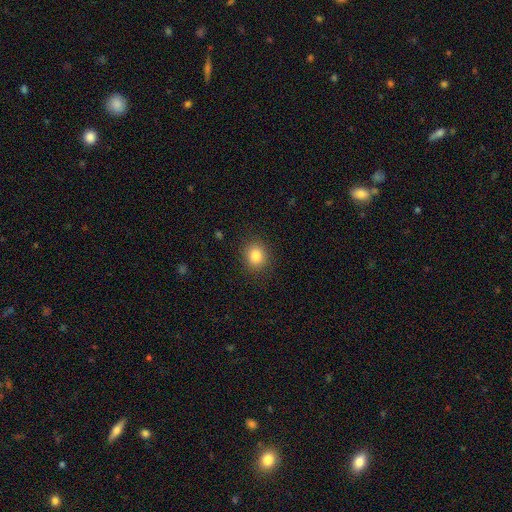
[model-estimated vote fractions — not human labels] Morphology: type=smooth (84%); roundness=round (76%); merging=none (88%).